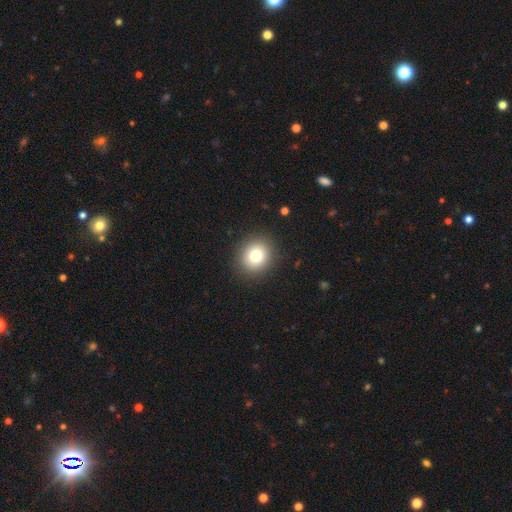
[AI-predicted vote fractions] smooth 80%, star or artifact 11%, featured or disk 9%. Down the decision tree: how rounded — round (84%); merging — none (90%).